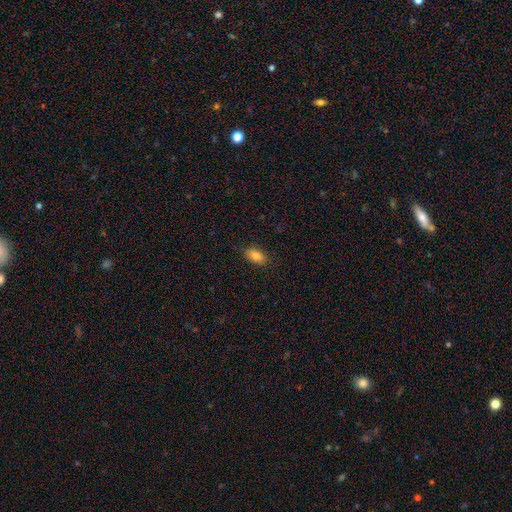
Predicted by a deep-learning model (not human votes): Morphology: type=smooth (84%); roundness=in between (90%); merging=none (86%).